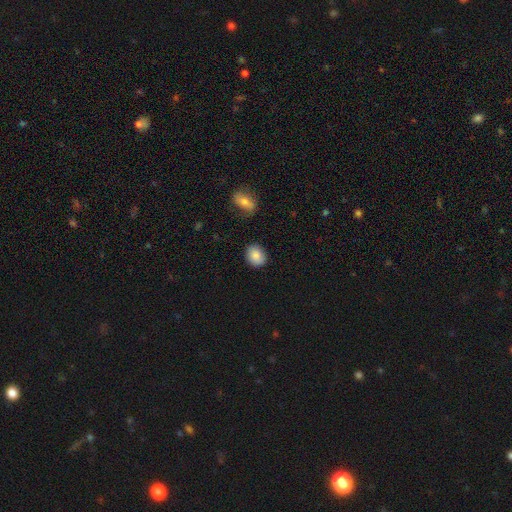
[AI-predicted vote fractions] Smooth or featured? Predicted: smooth (p=0.86). How rounded? Predicted: round (p=0.56). Merging? Predicted: none (p=0.85).